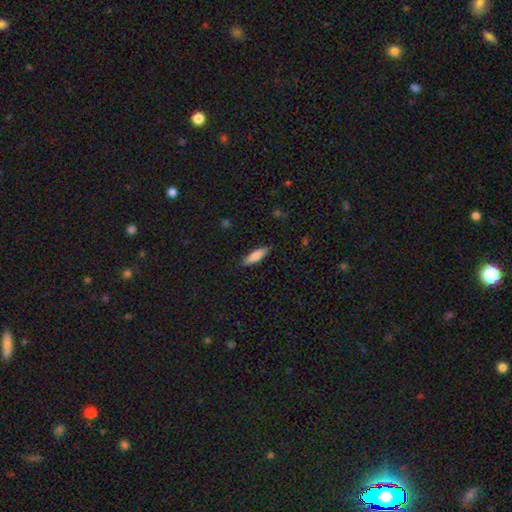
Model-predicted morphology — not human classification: Smooth or featured? Predicted: smooth (p=0.82). How rounded? Predicted: cigar-shaped (p=0.55). Merging? Predicted: none (p=0.87).